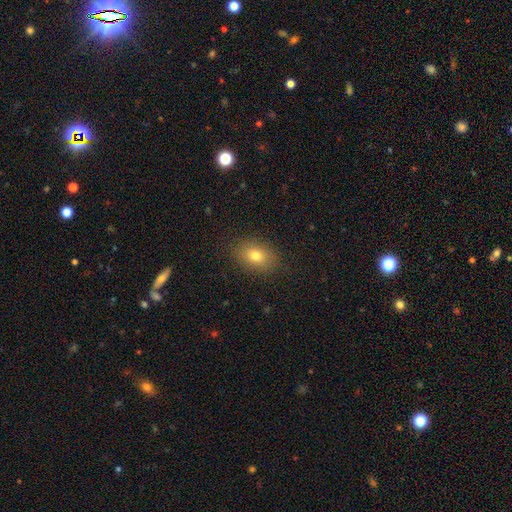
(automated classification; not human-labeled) smooth_or_featured: smooth (p=0.78) [alt: star or artifact p=0.11]
how_rounded: in between (p=0.77) [alt: round p=0.22]
merging: none (p=0.87) [alt: minor disturbance p=0.09]